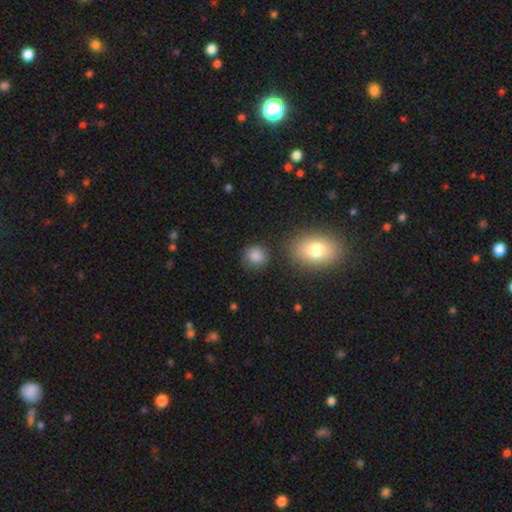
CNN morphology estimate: smooth 85%, star or artifact 10%, featured or disk 5%. Down the decision tree: how rounded — round (83%); merging — none (75%).